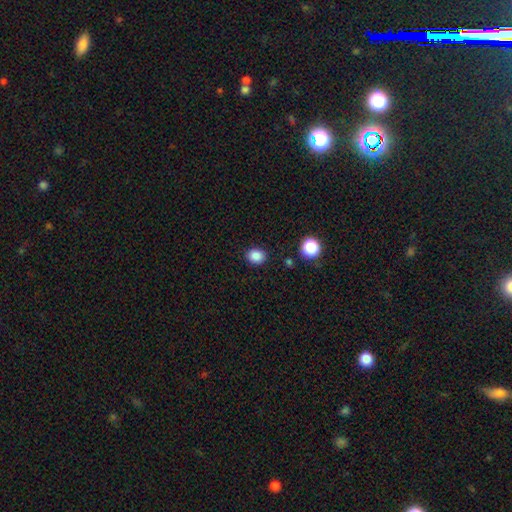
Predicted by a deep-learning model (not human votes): Morphology: type=smooth (86%); roundness=round (66%); merging=none (88%).